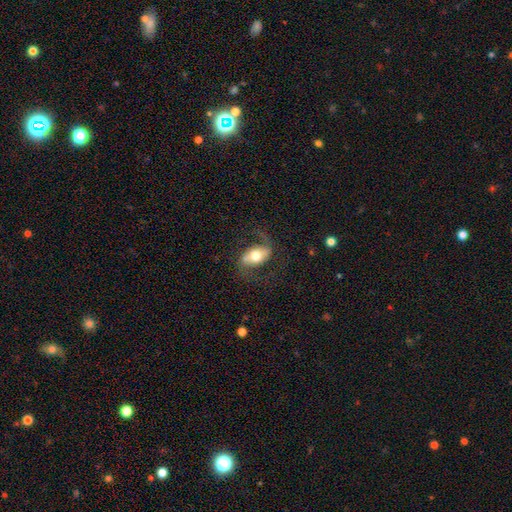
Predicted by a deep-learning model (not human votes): smooth-or-featured: featured or disk: 60% | smooth: 33% | star or artifact: 7%
  disk-edge-on: no: 91% | yes: 9%
    bar: no: 39% | strong: 32% | weak: 29%
    has-spiral-arms: yes: 82% | no: 18%
    bulge-size: moderate: 59% | large: 28% | small: 7% | dominant: 4% | none: 1%
  merging: none: 66% | minor disturbance: 17% | major disturbance: 15% | merger: 2%